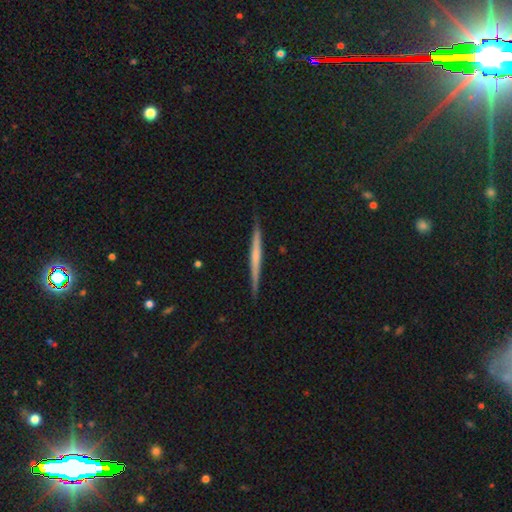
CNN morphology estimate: This appears to be a featured or disk galaxy (56%) viewed edge-on (98%) with no central bulge (73%). Merging: none (90%).